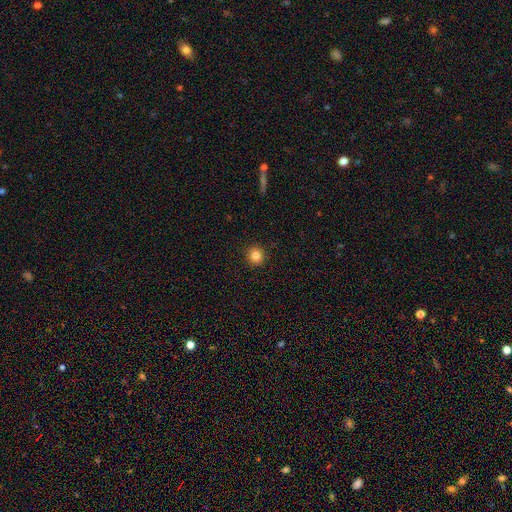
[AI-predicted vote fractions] Overall: smooth (83%). How rounded: round (94%). Merging: none (93%).